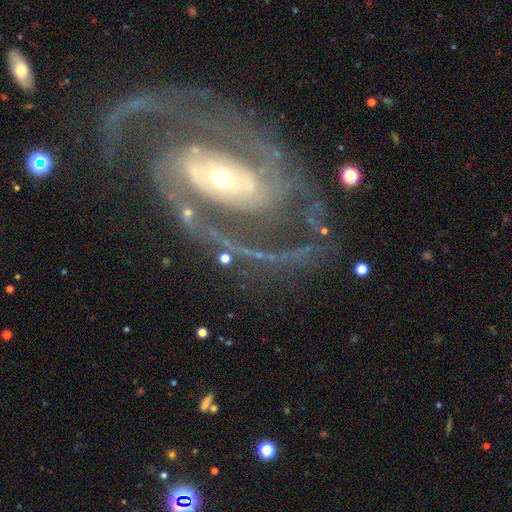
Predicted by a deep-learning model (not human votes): A featured or disk galaxy (91%) with no bar (38%), 2 (76%) tight (46%) spiral arms (98%) and a small central bulge (59%).

Vote fractions:
- Smooth or featured? featured or disk: 91% / star or artifact: 5% / smooth: 3%
- Edge-on disk? no: 97% / yes: 3%
- Bar? no: 38% / strong: 34% / weak: 28%
- Spiral arms? yes: 98% / no: 2%
- Spiral winding? tight: 46% / medium: 44% / loose: 10%
- Spiral arm count? 2: 76% / 3: 8% / can't tell: 6% / 4: 4% / 1: 3% / more than 4: 3%
- Bulge size? small: 59% / moderate: 32% / large: 6% / dominant: 1% / none: 1%
- Merging? none: 74% / minor disturbance: 14% / major disturbance: 10% / merger: 2%